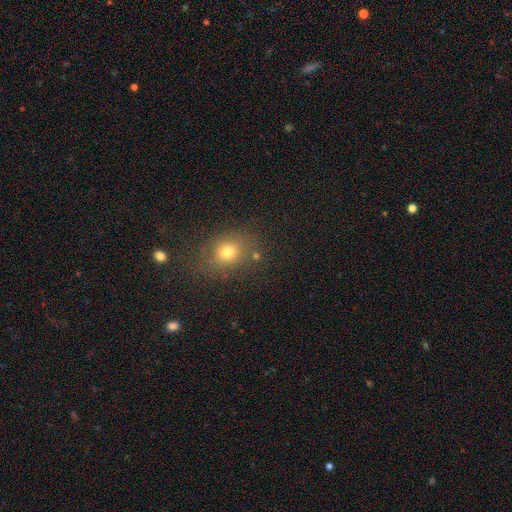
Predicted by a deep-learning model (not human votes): Smooth or featured?
  - smooth: 68% *
  - star or artifact: 22%
  - featured or disk: 10%
How rounded?
  - round: 62% *
  - in between: 36%
  - cigar-shaped: 1%
Merging?
  - none: 76% *
  - minor disturbance: 13%
  - merger: 6%
  - major disturbance: 5%